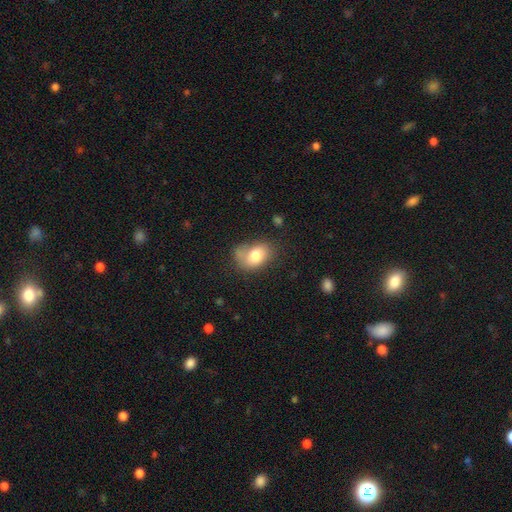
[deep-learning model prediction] smooth-or-featured: smooth: 76% | featured or disk: 16% | star or artifact: 8%
  how-rounded: in between: 78% | round: 21% | cigar-shaped: 1%
  merging: none: 46% | minor disturbance: 30% | major disturbance: 15% | merger: 8%